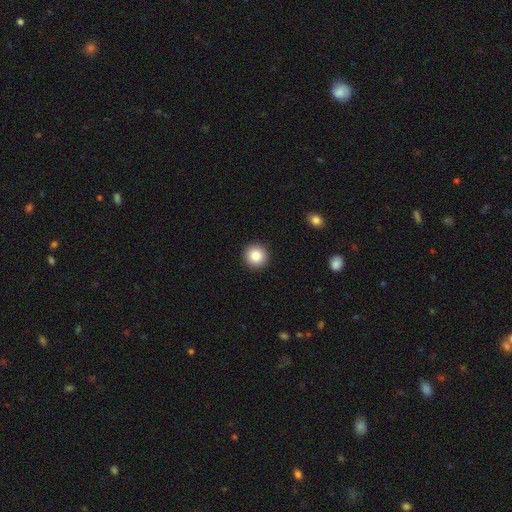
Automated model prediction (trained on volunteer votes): This appears to be a smooth galaxy with no disk features (86%) that is round (95%). Merging: none (93%).